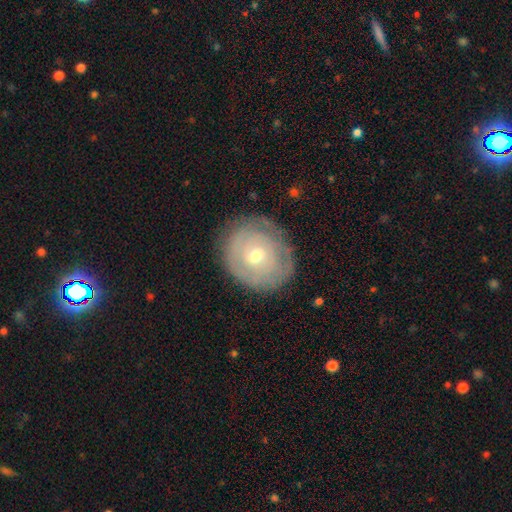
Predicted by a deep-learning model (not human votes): Smooth or featured?
  - featured or disk: 59% *
  - smooth: 33%
  - star or artifact: 7%
Edge-on disk?
  - no: 96% *
  - yes: 4%
Bar?
  - no: 65% *
  - weak: 29%
  - strong: 5%
Spiral arms?
  - yes: 64% *
  - no: 36%
Bulge size?
  - moderate: 52% *
  - small: 44%
  - large: 2%
  - none: 1%
  - dominant: 1%
Merging?
  - none: 75% *
  - minor disturbance: 18%
  - major disturbance: 6%
  - merger: 1%